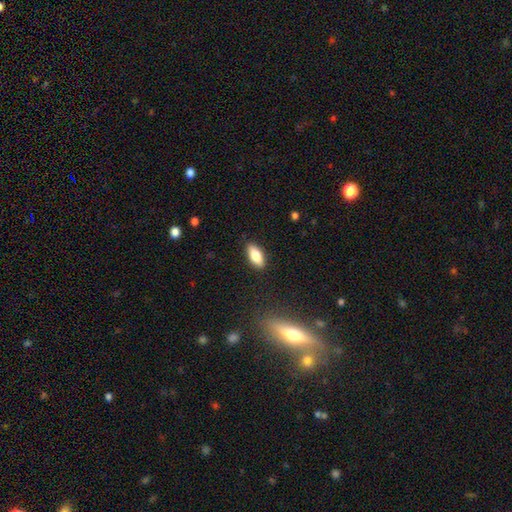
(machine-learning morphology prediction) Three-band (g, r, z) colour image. It shows a smooth galaxy with no disk features (81%) that is in between round and cigar-shaped (82%). Merging: none (88%).